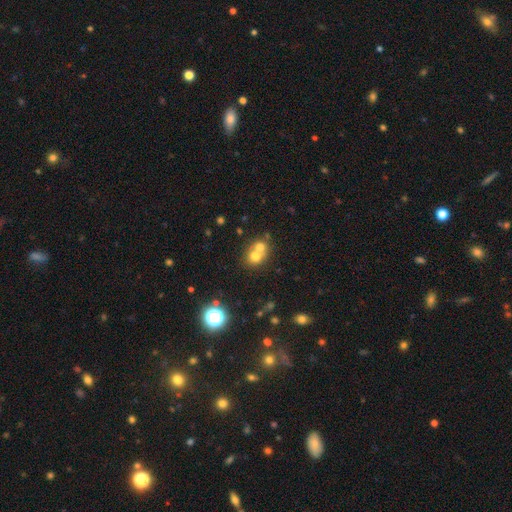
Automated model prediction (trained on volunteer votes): This is likely a smooth galaxy (67%). How rounded: likely round (75%). Merging: likely merger (62%).